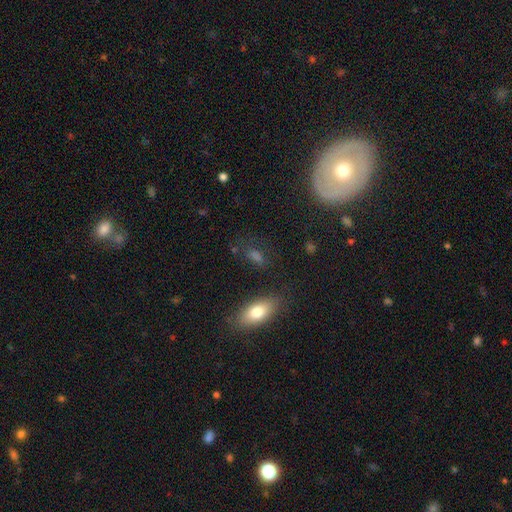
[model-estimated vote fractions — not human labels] Smooth or featured? Predicted: smooth (p=0.57). How rounded? Predicted: in between (p=0.71). Merging? Predicted: none (p=0.70).